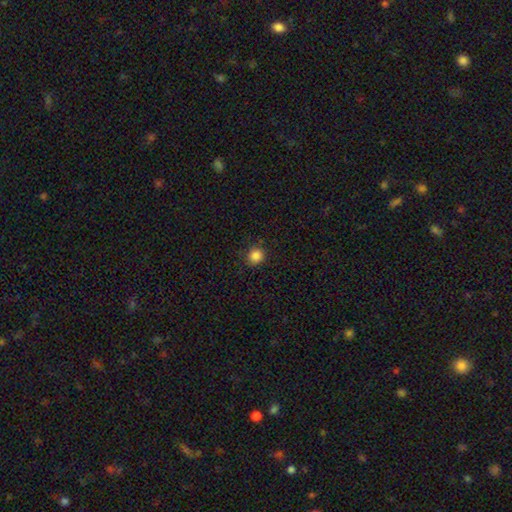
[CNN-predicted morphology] Smooth or featured? Predicted: smooth (p=0.85). How rounded? Predicted: round (p=0.90). Merging? Predicted: none (p=0.89).